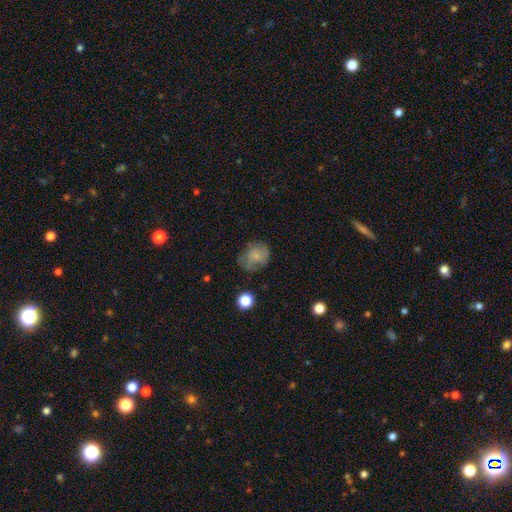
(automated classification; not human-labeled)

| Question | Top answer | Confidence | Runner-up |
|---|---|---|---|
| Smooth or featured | smooth | 73% | featured or disk (17%) |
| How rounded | round | 65% | in between (34%) |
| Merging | none | 60% | minor disturbance (26%) |